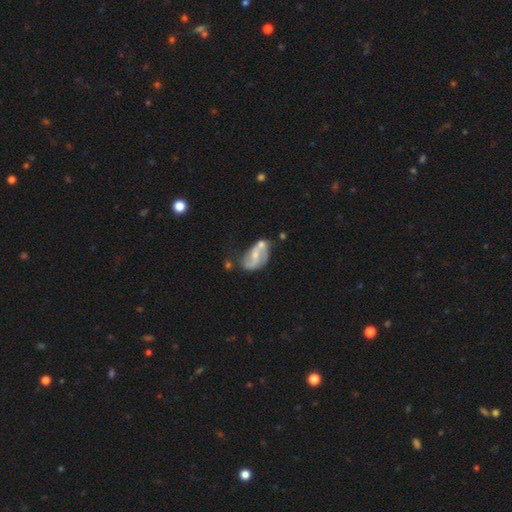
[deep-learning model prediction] Morphology: type=featured or disk (73%); edge-on=no (96%); bar=weak (40%); spiral arms=yes (82%); winding=loose (60%); arm count=2 (85%); bulge=small (55%); merging=none (39%).